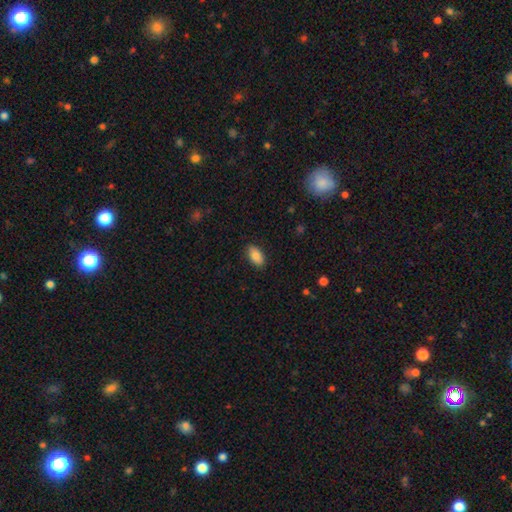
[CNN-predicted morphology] Smooth or featured: smooth — 85% (featured or disk — 8%)
How rounded: in between — 93% (round — 4%)
Merging: none — 88% (minor disturbance — 9%)